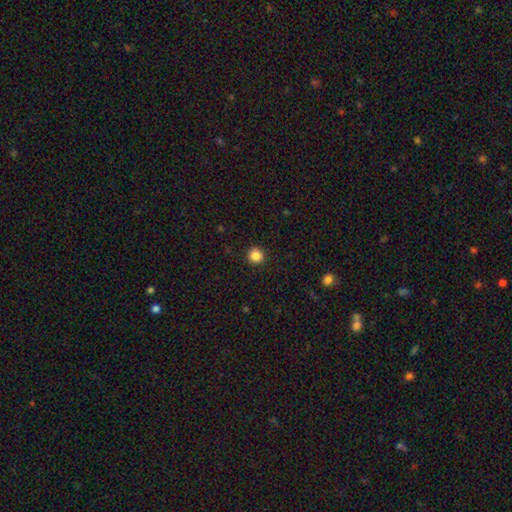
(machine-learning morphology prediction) The model was most divided on "smooth or featured": smooth: 86%, star or artifact: 11%, featured or disk: 3%. More confident: how rounded — round (94%); merging — none (92%).